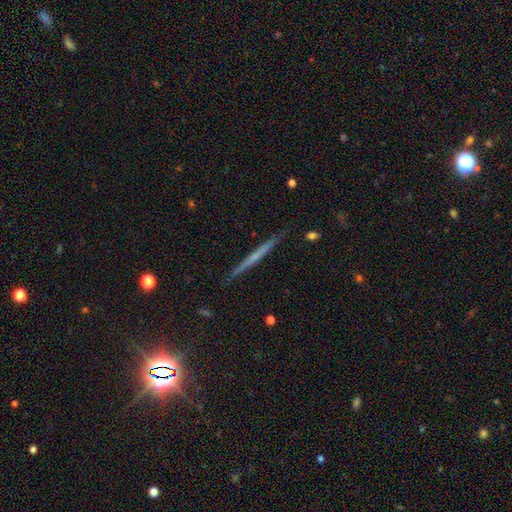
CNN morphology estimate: Smooth or featured: featured or disk — 56% (smooth — 36%)
Edge-on disk: yes — 98% (no — 2%)
Edge-on bulge: none — 80% (rounded — 14%)
Merging: none — 91% (minor disturbance — 7%)